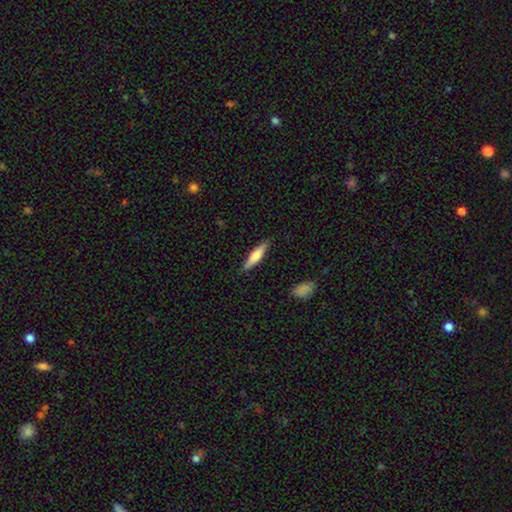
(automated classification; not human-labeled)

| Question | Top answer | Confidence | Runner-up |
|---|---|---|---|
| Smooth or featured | smooth | 63% | featured or disk (31%) |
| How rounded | cigar-shaped | 79% | in between (20%) |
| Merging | none | 88% | minor disturbance (9%) |